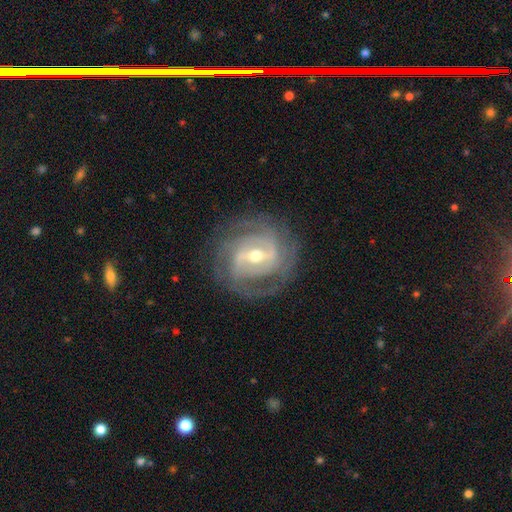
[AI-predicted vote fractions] featured or disk 89%, smooth 6%, star or artifact 5%. Down the decision tree: edge-on disk — no (96%); bar — strong (46%); spiral arms — yes (96%); spiral arm count — 2 (34%); spiral winding — tight (62%); bulge size — moderate (61%); merging — none (79%).